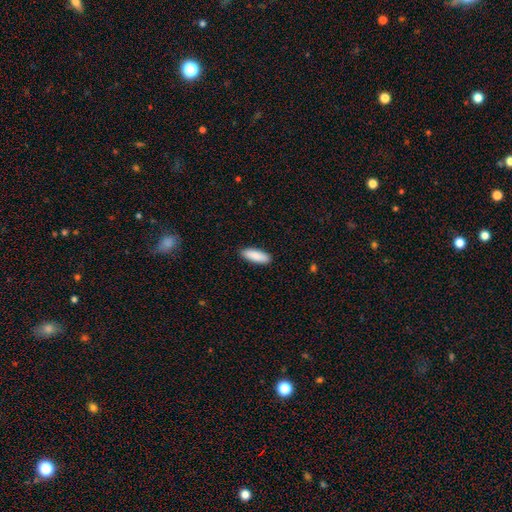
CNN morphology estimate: A smooth galaxy with no disk features (90%) that is in between round and cigar-shaped (60%).

Vote fractions:
- Smooth or featured? smooth: 90% / star or artifact: 5% / featured or disk: 5%
- How rounded? in between: 60% / cigar-shaped: 38% / round: 2%
- Merging? none: 91% / minor disturbance: 7% / major disturbance: 2% / merger: 1%